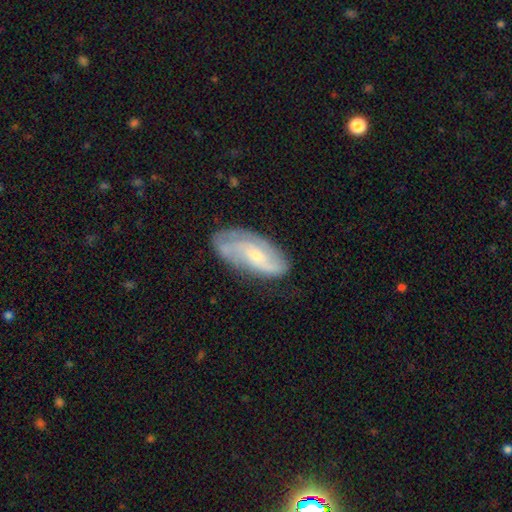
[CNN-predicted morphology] Smooth or featured?
  - featured or disk: 71% *
  - smooth: 23%
  - star or artifact: 6%
Edge-on disk?
  - no: 93% *
  - yes: 7%
Bar?
  - no: 53% *
  - weak: 37%
  - strong: 9%
Spiral arms?
  - yes: 90% *
  - no: 10%
Spiral winding?
  - medium: 42% *
  - tight: 34%
  - loose: 24%
Spiral arm count?
  - 2: 45% *
  - can't tell: 28%
  - 3: 15%
  - 1: 5%
  - 4: 4%
  - more than 4: 3%
Bulge size?
  - small: 63% *
  - moderate: 32%
  - none: 3%
  - large: 2%
  - dominant: 1%
Merging?
  - none: 66% *
  - minor disturbance: 24%
  - major disturbance: 8%
  - merger: 2%